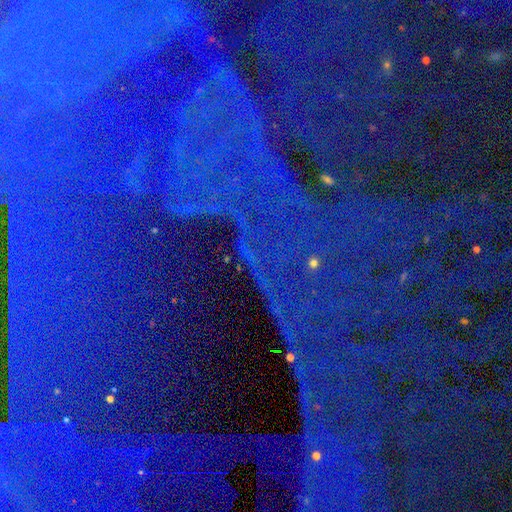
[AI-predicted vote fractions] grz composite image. It shows a star or artifact, not a galaxy (87%).